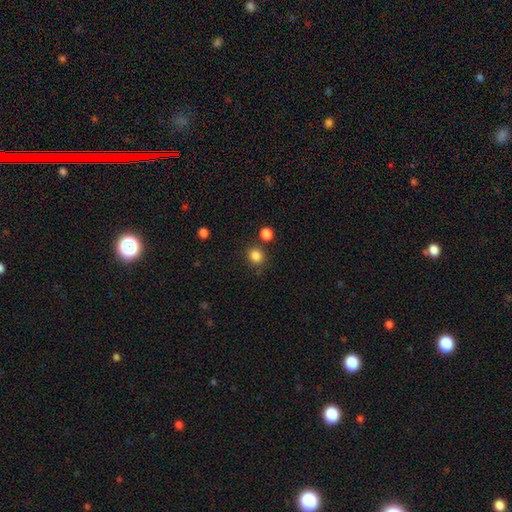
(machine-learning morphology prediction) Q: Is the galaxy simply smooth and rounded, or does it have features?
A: smooth — 84%.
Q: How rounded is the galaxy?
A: round — 85%.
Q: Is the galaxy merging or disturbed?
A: none — 79%.